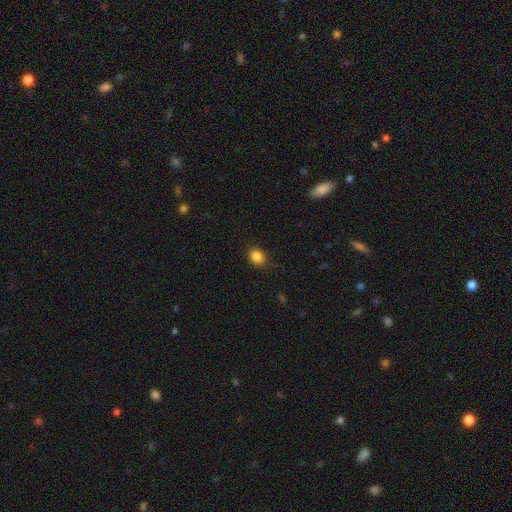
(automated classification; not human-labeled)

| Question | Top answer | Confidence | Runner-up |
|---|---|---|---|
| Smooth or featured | smooth | 85% | star or artifact (11%) |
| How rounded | round | 64% | in between (35%) |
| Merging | none | 85% | minor disturbance (11%) |